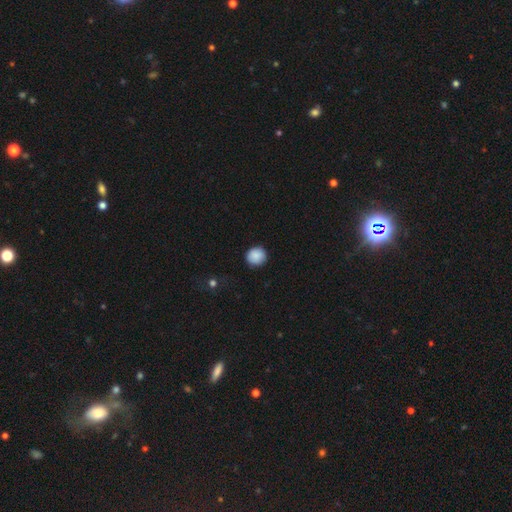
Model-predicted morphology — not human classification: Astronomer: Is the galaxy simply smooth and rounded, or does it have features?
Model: smooth — 89%.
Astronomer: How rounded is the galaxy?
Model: round — 91%.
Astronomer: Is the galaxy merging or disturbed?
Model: none — 89%.